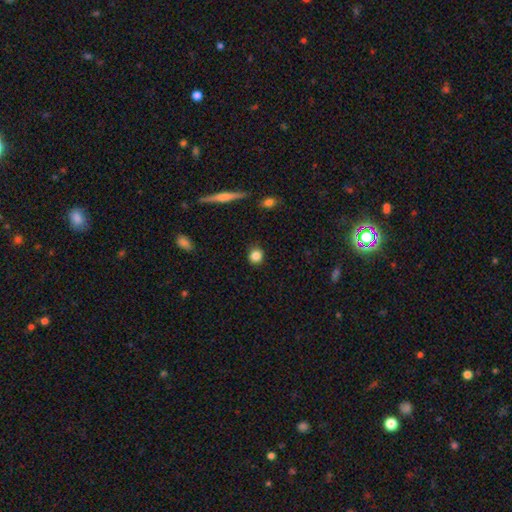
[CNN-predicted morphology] A smooth galaxy with no disk features (85%) that is round (88%). Merging: none (89%).